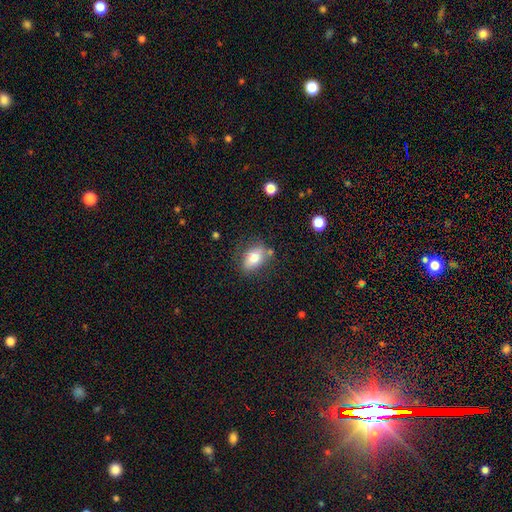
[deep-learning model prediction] Morphology: type=smooth (70%); roundness=in between (80%); merging=none (74%).